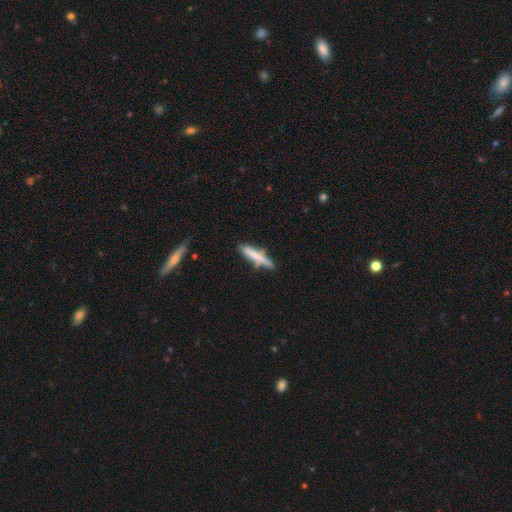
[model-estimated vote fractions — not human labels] Smooth or featured?
  - smooth: 67% *
  - featured or disk: 27%
  - star or artifact: 7%
How rounded?
  - cigar-shaped: 90% *
  - in between: 9%
  - round: 1%
Merging?
  - none: 66% *
  - minor disturbance: 21%
  - merger: 8%
  - major disturbance: 5%